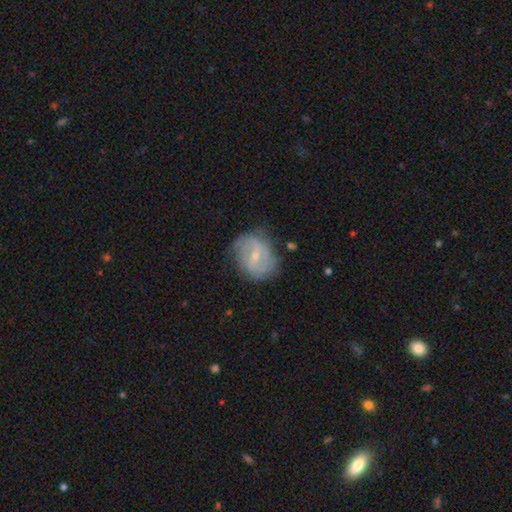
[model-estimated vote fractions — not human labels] Overall: featured or disk (66%; smooth 27%). Edge-on disk: no (96%). Bar: weak (56%; strong 24%). Spiral arms: yes (72%). Bulge size: small (58%; moderate 38%). Merging: none (63%; minor disturbance 26%).